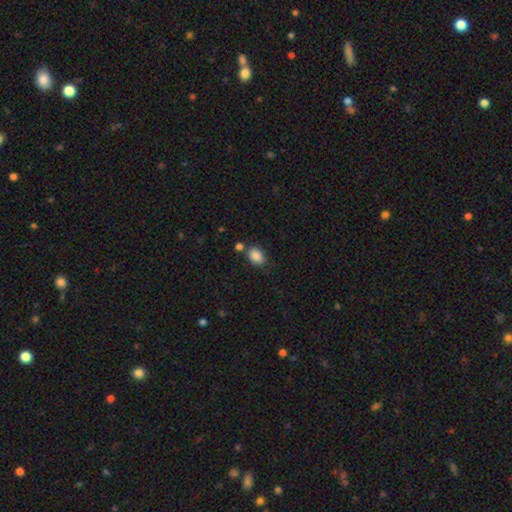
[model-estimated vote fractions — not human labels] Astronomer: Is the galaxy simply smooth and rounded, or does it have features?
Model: smooth — 87%.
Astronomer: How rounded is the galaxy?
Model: in between — 82%.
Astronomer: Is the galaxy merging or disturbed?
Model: none — 71%.